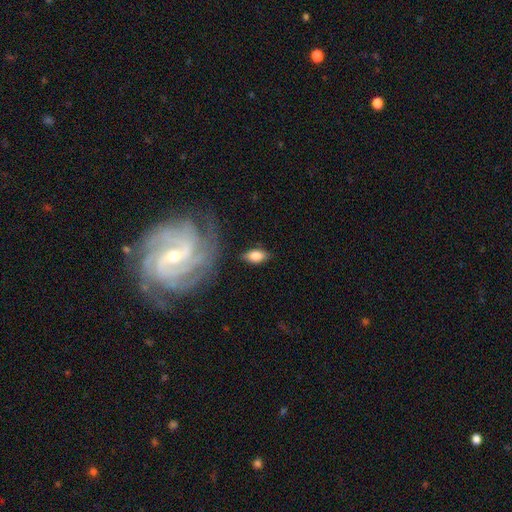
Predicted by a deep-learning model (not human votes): This is likely a smooth galaxy (73%). How rounded: clearly in between (89%). Merging: likely none (79%).